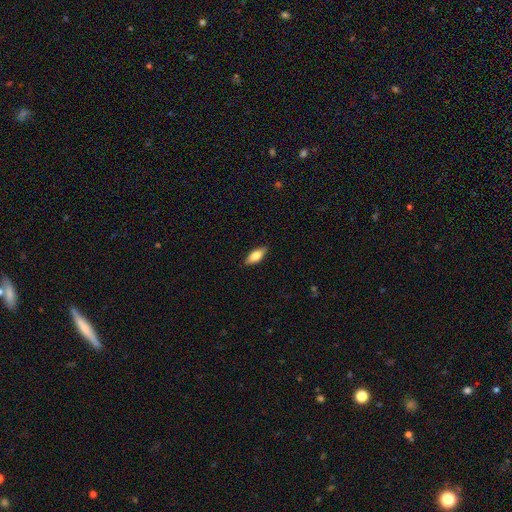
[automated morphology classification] A smooth galaxy with no disk features (73%) that is in between round and cigar-shaped (76%).

Vote fractions:
- Smooth or featured? smooth: 73% / featured or disk: 21% / star or artifact: 6%
- How rounded? in between: 76% / cigar-shaped: 21% / round: 2%
- Merging? none: 87% / minor disturbance: 10% / major disturbance: 2% / merger: 1%